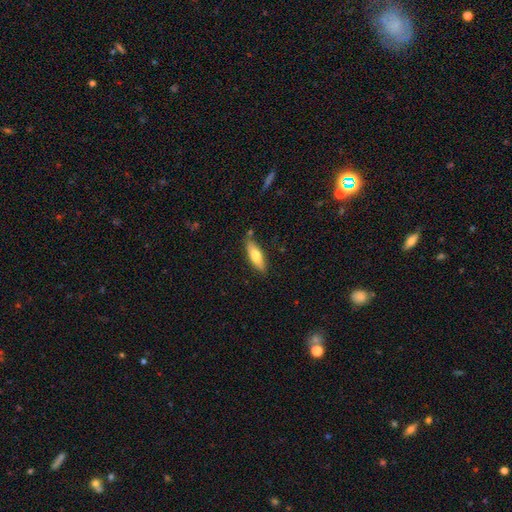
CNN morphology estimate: Smooth or featured? smooth (69%)
How rounded? cigar-shaped (52%)
Merging? none (78%)